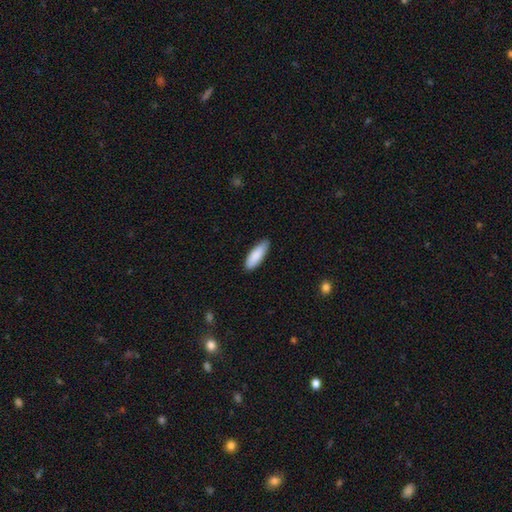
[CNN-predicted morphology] A smooth galaxy with no disk features (89%) that is in between round and cigar-shaped (56%).

Vote fractions:
- Smooth or featured? smooth: 89% / featured or disk: 6% / star or artifact: 5%
- How rounded? in between: 56% / cigar-shaped: 43% / round: 1%
- Merging? none: 85% / minor disturbance: 12% / major disturbance: 2% / merger: 1%